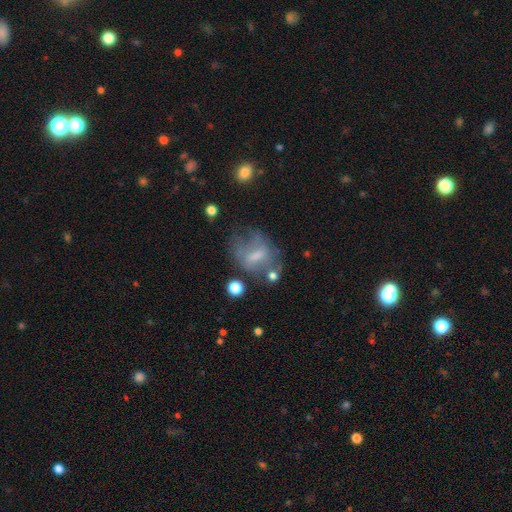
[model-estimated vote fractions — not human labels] Overall: featured or disk (48%; smooth 38%). Merging: none (43%; major disturbance 26%).